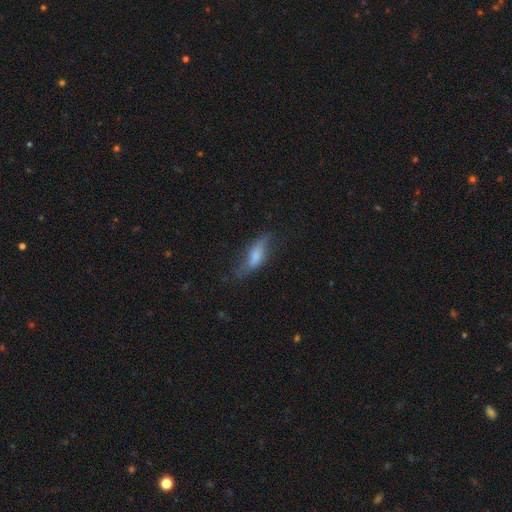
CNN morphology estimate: Overall: smooth (52%; featured or disk 40%). How rounded: in between (60%; cigar-shaped 37%). Merging: none (53%; minor disturbance 29%).